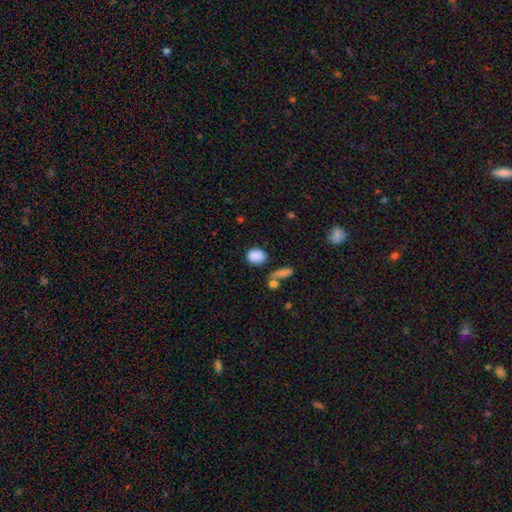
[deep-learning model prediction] Smooth or featured? smooth (86%)
How rounded? in between (50%)
Merging? none (71%)